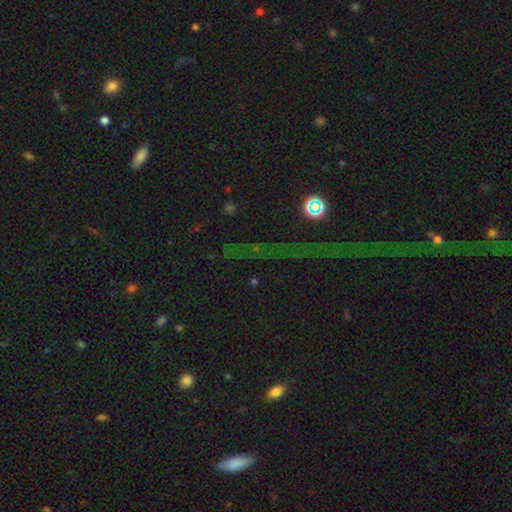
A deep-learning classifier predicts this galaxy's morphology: Smooth or featured? Predicted: star or artifact (p=0.74).